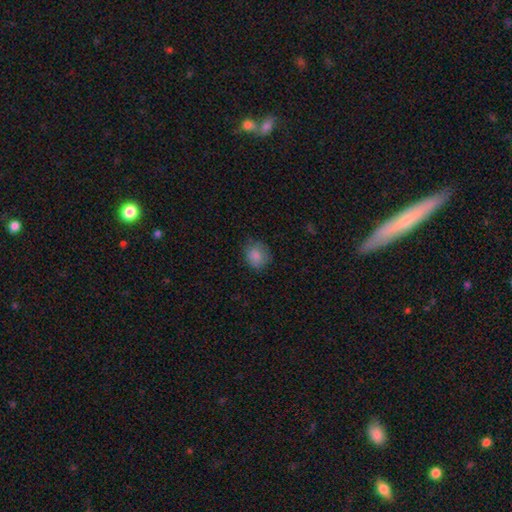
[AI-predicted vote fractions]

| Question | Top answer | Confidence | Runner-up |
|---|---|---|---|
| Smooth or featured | smooth | 85% | star or artifact (9%) |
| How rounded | round | 79% | in between (20%) |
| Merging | none | 72% | minor disturbance (21%) |